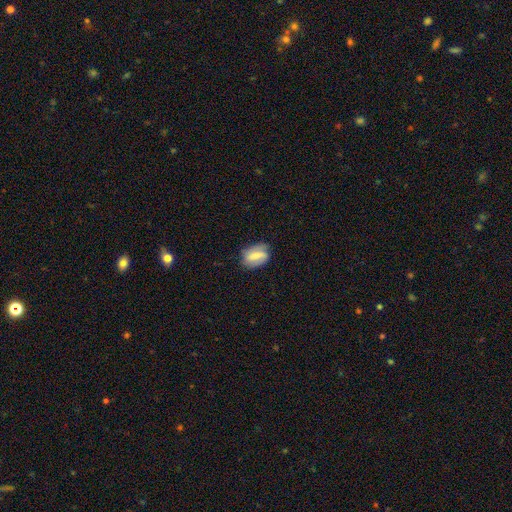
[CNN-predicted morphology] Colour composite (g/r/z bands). It shows a smooth galaxy with no disk features (47%). Merging: none (68%).